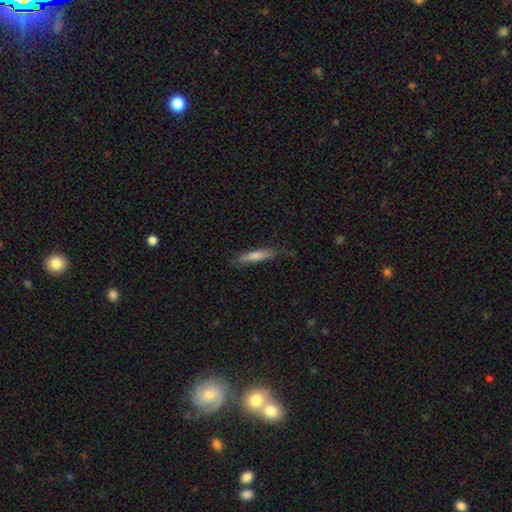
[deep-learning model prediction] This appears to be a smooth galaxy with no disk features (64%) that is cigar-shaped (90%). Merging: none (79%).